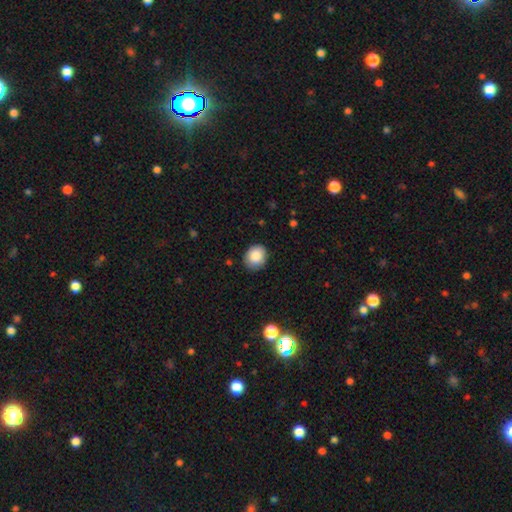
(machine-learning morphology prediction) This appears to be a smooth galaxy with no disk features (88%) that is round (62%). Merging: none (85%).